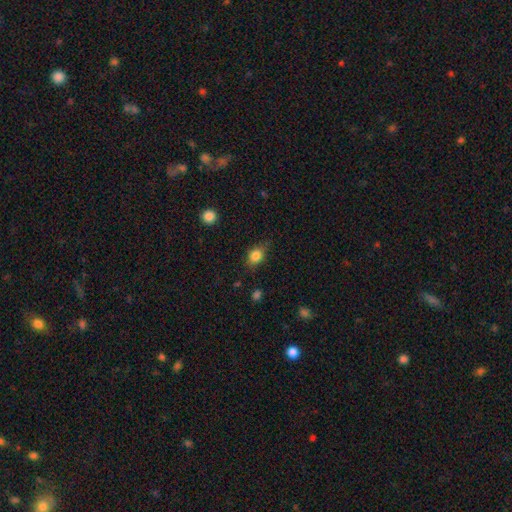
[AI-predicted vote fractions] Smooth or featured? Predicted: smooth (p=0.83). How rounded? Predicted: in between (p=0.57). Merging? Predicted: none (p=0.68).